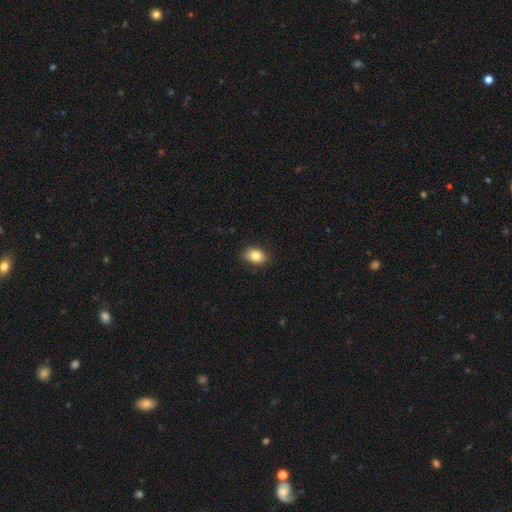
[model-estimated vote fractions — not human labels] This appears to be a smooth galaxy with no disk features (82%) that is in between round and cigar-shaped (75%). Merging: none (83%).